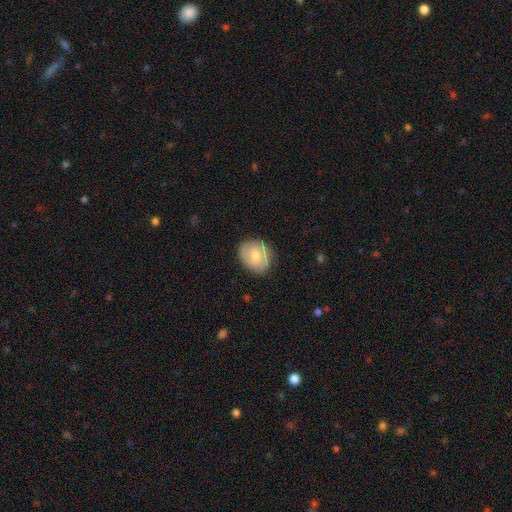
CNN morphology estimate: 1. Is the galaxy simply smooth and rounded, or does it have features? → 61% smooth, 33% featured or disk, 7% star or artifact.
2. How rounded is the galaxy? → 55% round, 44% in between, 1% cigar-shaped.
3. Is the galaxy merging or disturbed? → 80% none, 16% minor disturbance, 3% major disturbance, 1% merger.